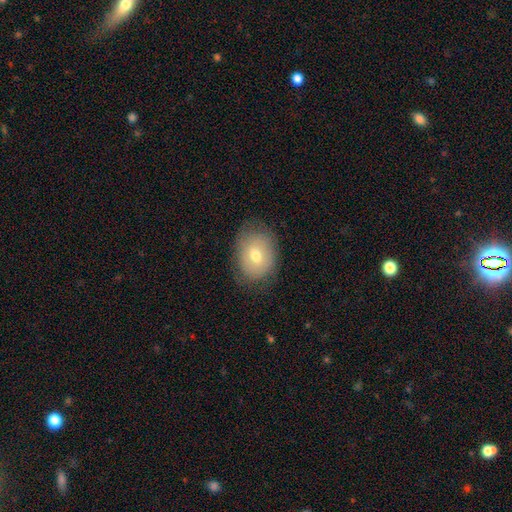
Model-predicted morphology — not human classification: Smooth or featured: smooth — 67% (featured or disk — 24%)
How rounded: in between — 59% (round — 40%)
Merging: none — 74% (minor disturbance — 19%)